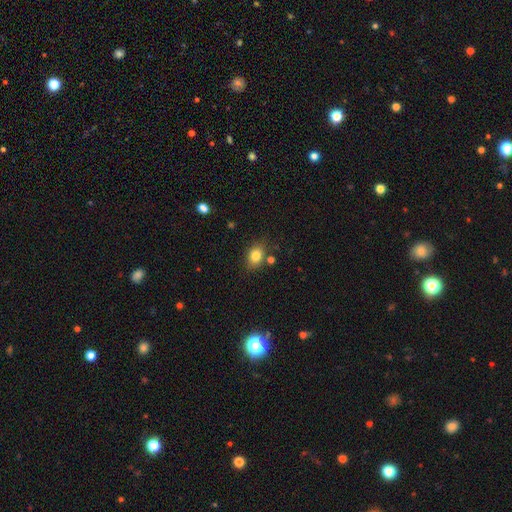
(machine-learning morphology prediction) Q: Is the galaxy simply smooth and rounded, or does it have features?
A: smooth — 81%.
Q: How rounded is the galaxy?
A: in between — 67%.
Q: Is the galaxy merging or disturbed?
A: none — 77%.